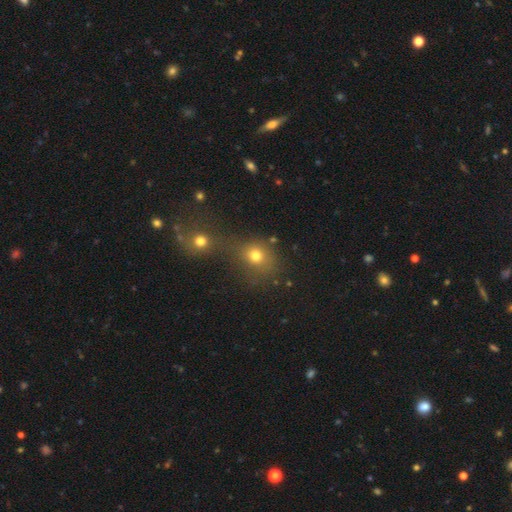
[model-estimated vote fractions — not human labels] Overall: smooth (72%). How rounded: round (77%). Merging: merger (44%; none 41%).